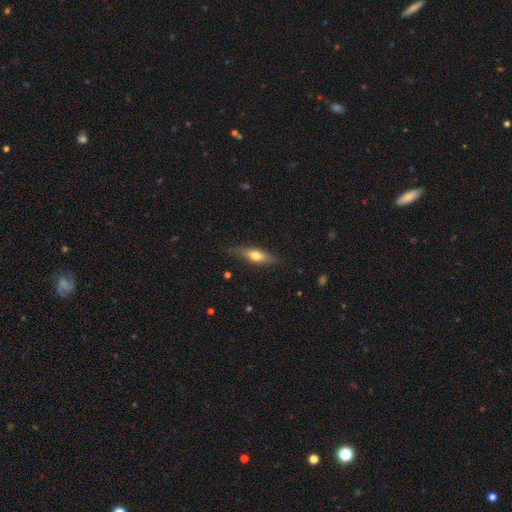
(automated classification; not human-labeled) Smooth or featured: smooth — 54% (featured or disk — 40%)
How rounded: cigar-shaped — 58% (in between — 39%)
Merging: none — 76% (minor disturbance — 19%)